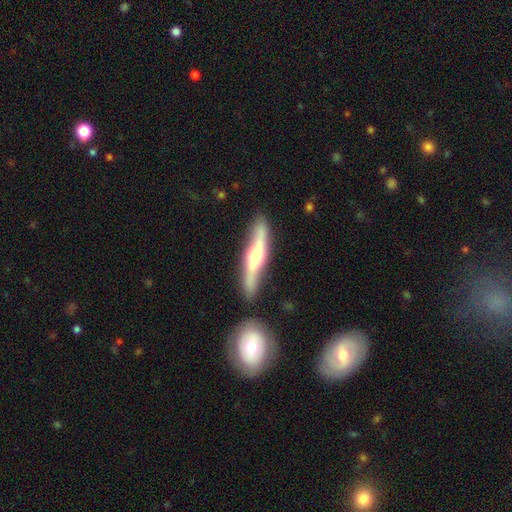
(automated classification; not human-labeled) This is likely a featured or disk galaxy (67%). It is clearly viewed edge-on (82%). Edge-on bulge: clearly rounded (88%). Merging: likely none (76%).